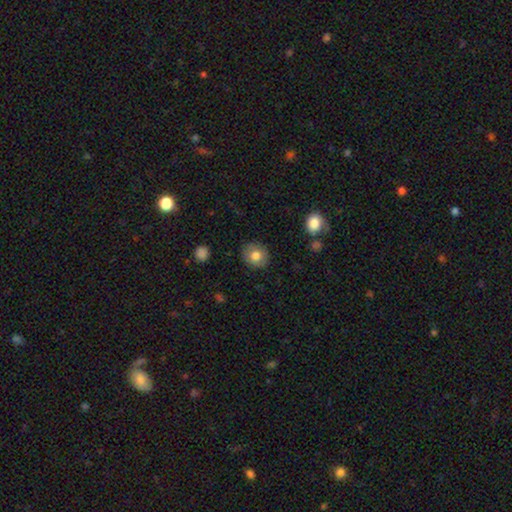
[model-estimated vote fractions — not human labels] Q: Smooth or featured?
A: smooth (76%); runner-up: featured or disk (16%)
Q: How rounded?
A: round (75%); runner-up: in between (24%)
Q: Merging?
A: none (86%); runner-up: minor disturbance (10%)